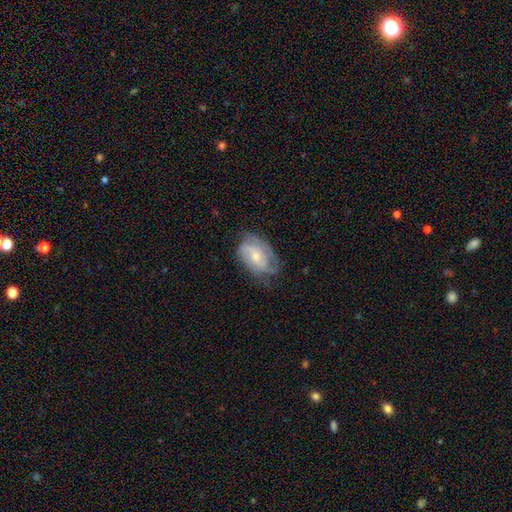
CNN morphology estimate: featured or disk 67%, smooth 27%, star or artifact 6%. Down the decision tree: edge-on disk — no (96%); bar — no (55%); spiral arms — yes (87%); spiral arm count — 2 (38%); spiral winding — tight (42%); bulge size — moderate (46%, tied with small); merging — none (59%).